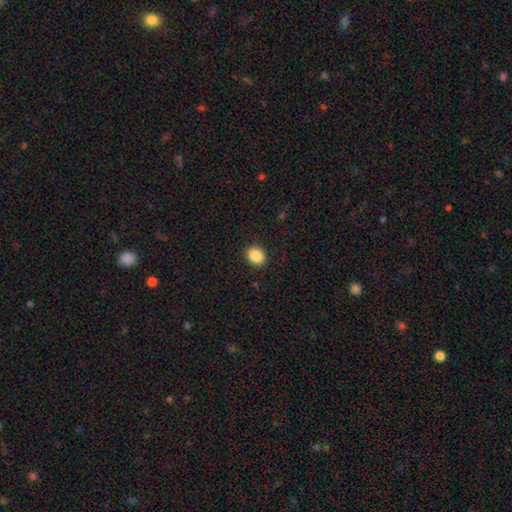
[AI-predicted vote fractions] This is clearly a smooth galaxy (87%). How rounded: possibly round (52%). Merging: clearly none (90%).